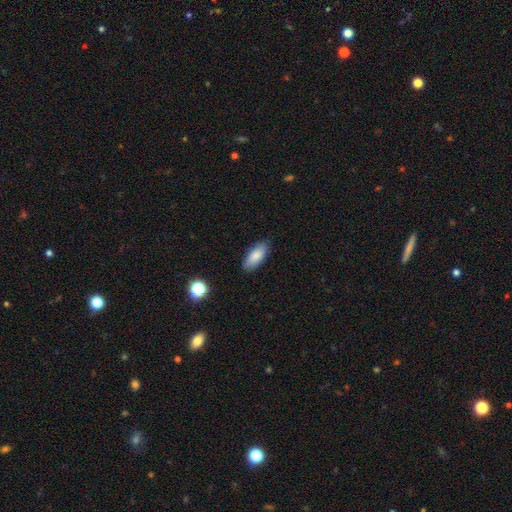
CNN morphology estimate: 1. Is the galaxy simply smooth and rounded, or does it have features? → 84% smooth, 9% featured or disk, 7% star or artifact.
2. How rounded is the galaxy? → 87% in between, 11% cigar-shaped, 2% round.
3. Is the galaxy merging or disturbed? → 85% none, 12% minor disturbance, 2% major disturbance, 1% merger.